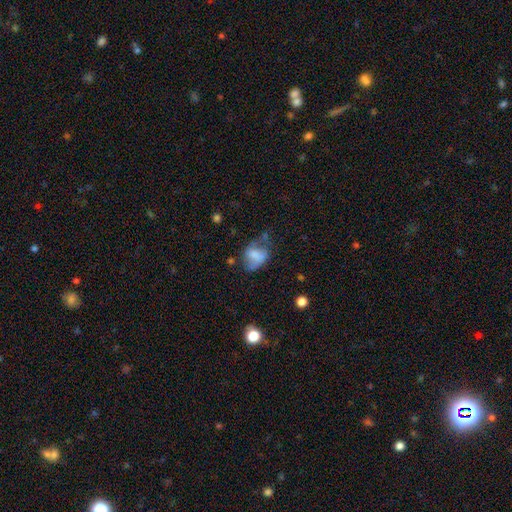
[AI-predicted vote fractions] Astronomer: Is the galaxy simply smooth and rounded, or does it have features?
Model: smooth — 56% (runner-up: featured or disk, 35%).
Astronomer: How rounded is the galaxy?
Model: in between — 69%.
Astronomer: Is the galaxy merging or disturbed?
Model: none — 40% (runner-up: minor disturbance, 30%).